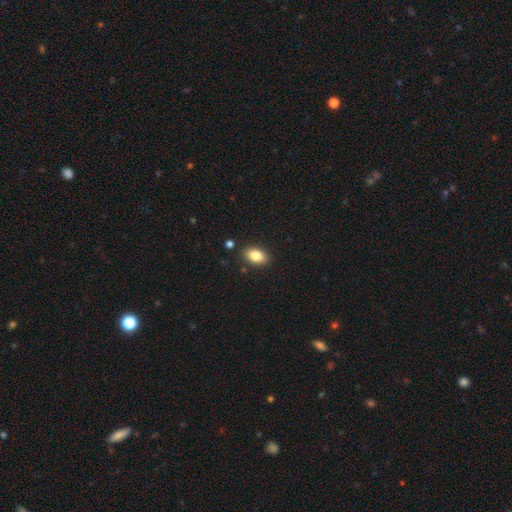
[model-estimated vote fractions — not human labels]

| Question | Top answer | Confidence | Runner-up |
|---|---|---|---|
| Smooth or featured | smooth | 83% | featured or disk (9%) |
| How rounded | in between | 90% | round (8%) |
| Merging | none | 87% | minor disturbance (9%) |